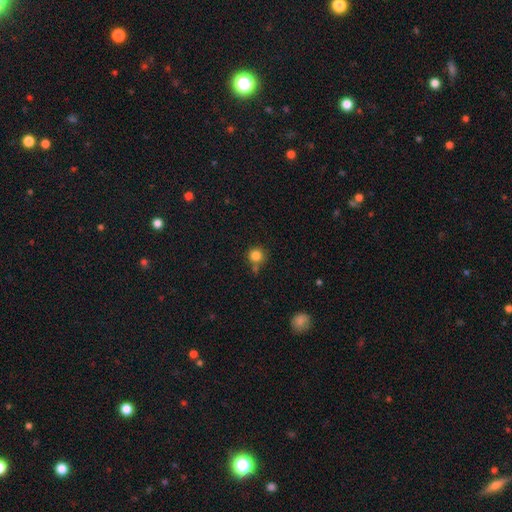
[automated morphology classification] A smooth galaxy with no disk features (84%) that is round (93%).

Vote fractions:
- Smooth or featured? smooth: 84% / star or artifact: 11% / featured or disk: 5%
- How rounded? round: 93% / in between: 6% / cigar-shaped: 1%
- Merging? none: 68% / merger: 15% / minor disturbance: 13% / major disturbance: 4%